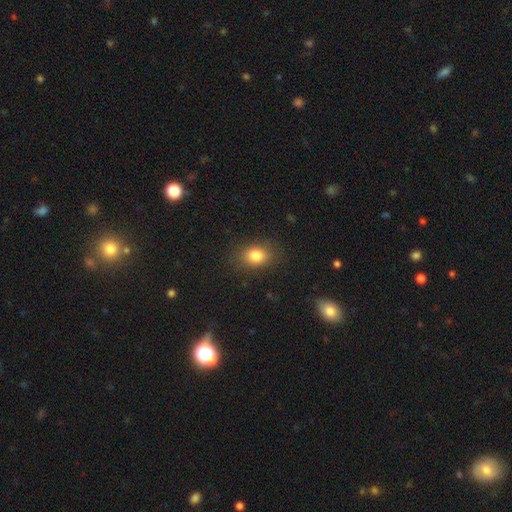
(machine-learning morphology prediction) This is clearly a smooth galaxy (82%). How rounded: likely in between (65%). Merging: clearly none (84%).